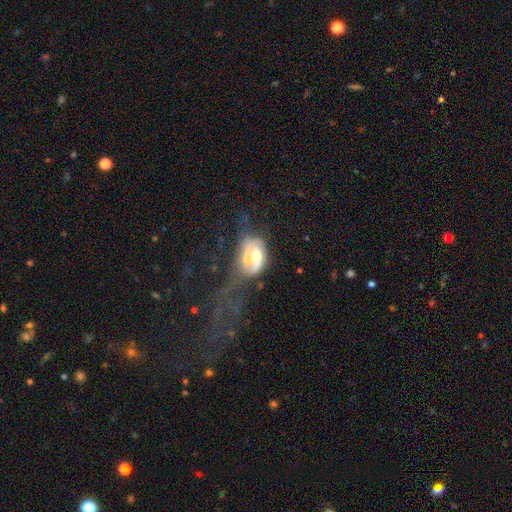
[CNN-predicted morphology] The model was most divided on "spiral arms": no: 54%, yes: 46%. More confident: edge-on disk — no (96%); bar — no (72%); smooth or featured — featured or disk (64%); bulge size — moderate (60%); merging — merger (50%).